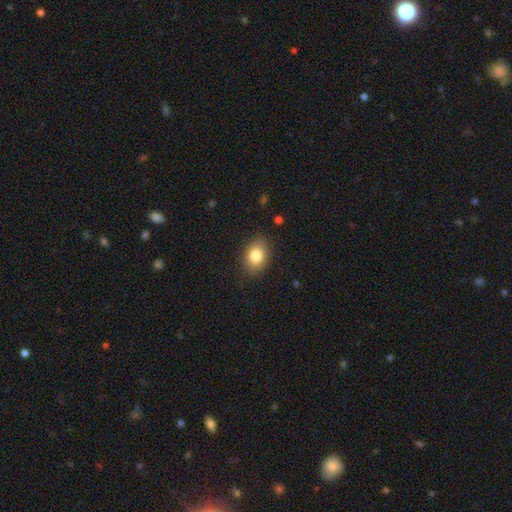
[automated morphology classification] Smooth or featured: smooth — 83% (star or artifact — 9%)
How rounded: in between — 74% (round — 25%)
Merging: none — 86% (minor disturbance — 10%)